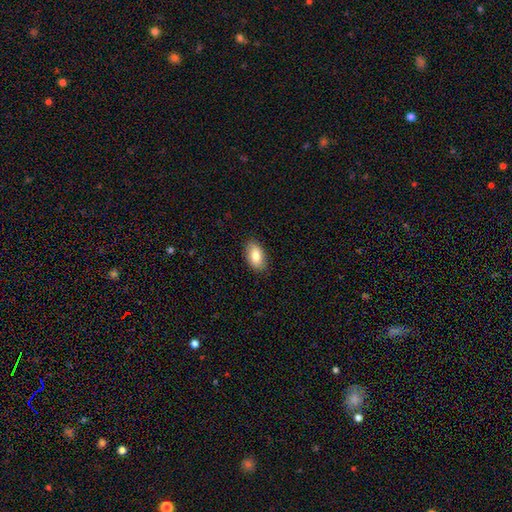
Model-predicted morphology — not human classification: This appears to be a smooth galaxy with no disk features (82%) that is in between round and cigar-shaped (93%). Merging: none (88%).